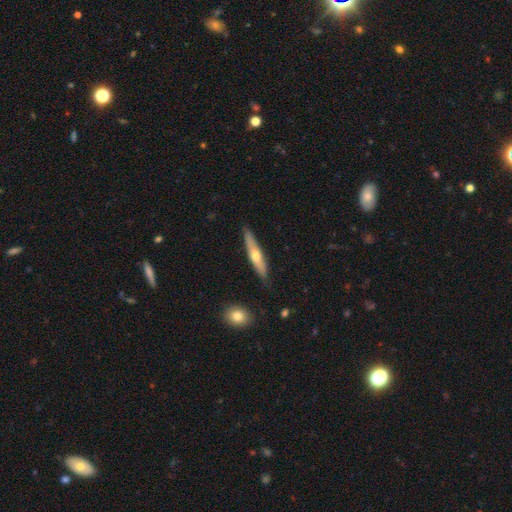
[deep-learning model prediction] Smooth or featured?
  - featured or disk: 49% *
  - smooth: 45%
  - star or artifact: 6%
Merging?
  - none: 84% *
  - minor disturbance: 12%
  - major disturbance: 2%
  - merger: 2%